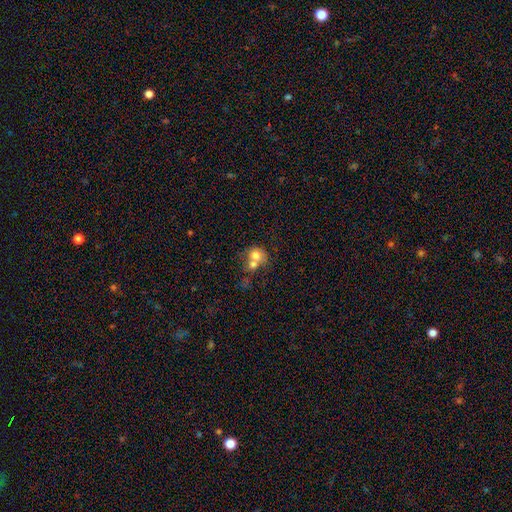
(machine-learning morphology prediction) type=smooth (71%); roundness=round (70%); merging=merger (63%).